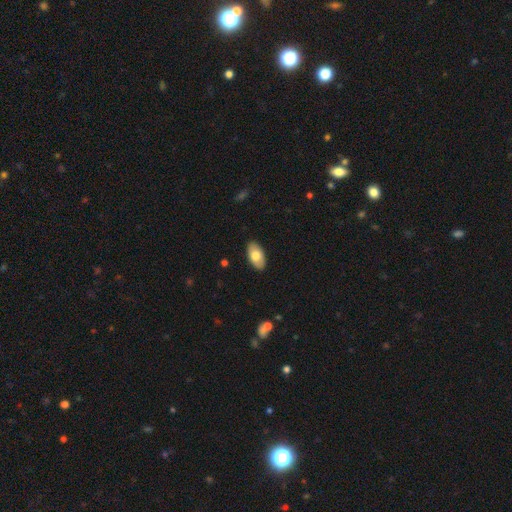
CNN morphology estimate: smooth-or-featured: smooth: 72% | featured or disk: 22% | star or artifact: 6%
  how-rounded: in between: 95% | round: 3% | cigar-shaped: 2%
  merging: none: 88% | minor disturbance: 9% | major disturbance: 2% | merger: 1%